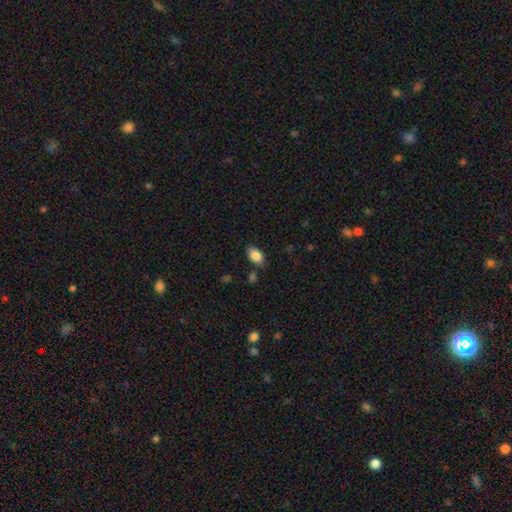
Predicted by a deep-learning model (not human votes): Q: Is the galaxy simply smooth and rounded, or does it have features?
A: smooth — 85%.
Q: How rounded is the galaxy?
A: in between — 91%.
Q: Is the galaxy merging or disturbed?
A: none — 81%.